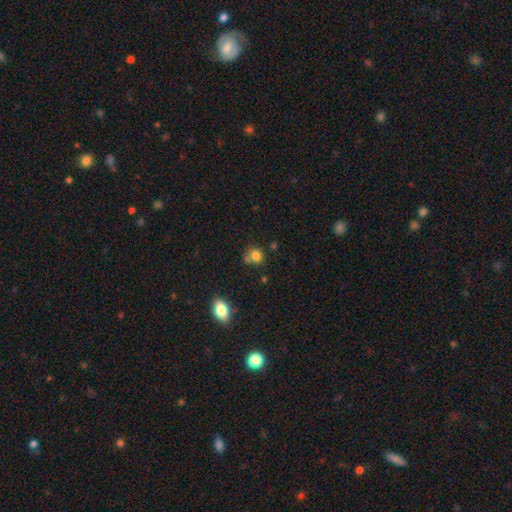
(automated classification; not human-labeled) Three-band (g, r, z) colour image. It shows a smooth galaxy with no disk features (79%) that is round (78%). Merging: none (58%).